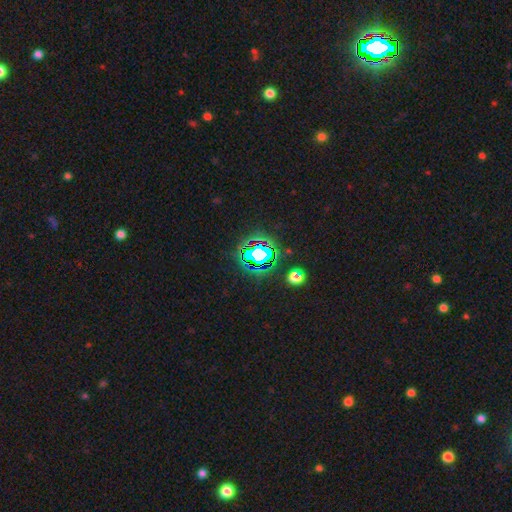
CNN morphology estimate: The model was most divided on "smooth or featured": star or artifact: 68%, smooth: 19%, featured or disk: 13%.